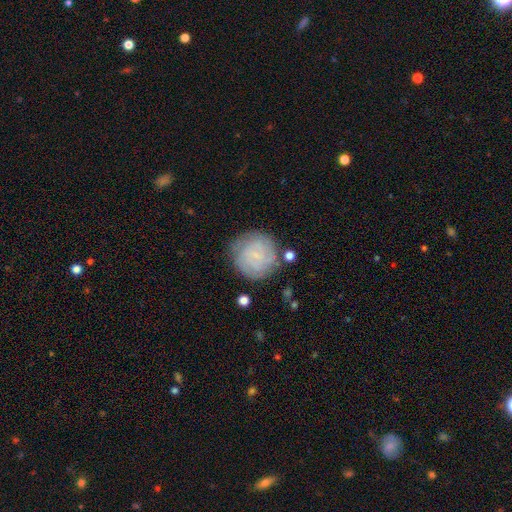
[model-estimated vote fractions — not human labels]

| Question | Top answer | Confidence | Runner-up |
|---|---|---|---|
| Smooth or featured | featured or disk | 57% | smooth (35%) |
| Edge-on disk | no | 98% | yes (2%) |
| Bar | no | 57% | weak (36%) |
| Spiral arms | yes | 88% | no (12%) |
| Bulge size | small | 61% | none (29%) |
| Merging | none | 76% | minor disturbance (15%) |